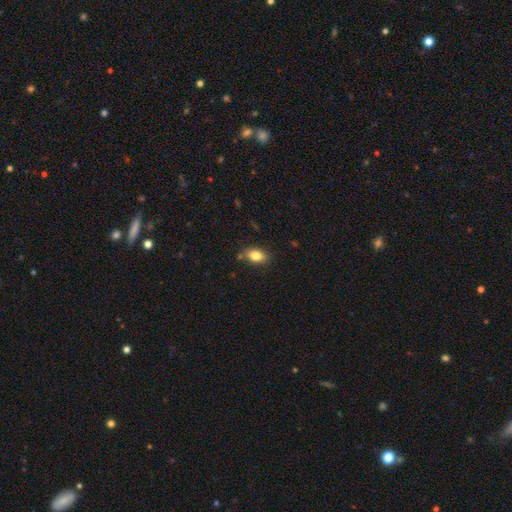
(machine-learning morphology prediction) smooth-or-featured: smooth: 82% | featured or disk: 9% | star or artifact: 8%
  how-rounded: in between: 86% | round: 11% | cigar-shaped: 3%
  merging: none: 80% | minor disturbance: 14% | merger: 4% | major disturbance: 3%